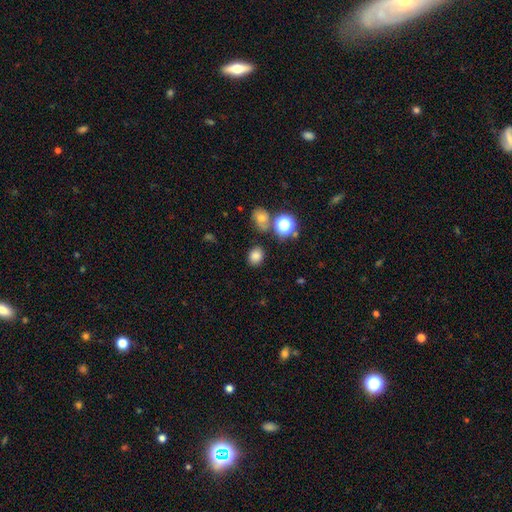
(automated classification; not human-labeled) Overall: smooth (80%). How rounded: round (60%; in between 39%). Merging: none (81%).